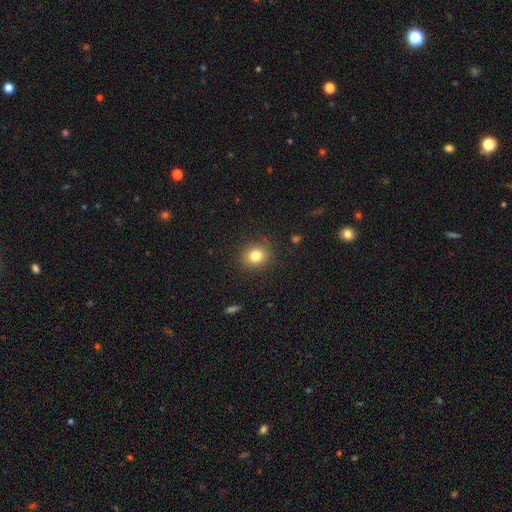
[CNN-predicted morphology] This is clearly a smooth galaxy (80%). How rounded: likely round (72%). Merging: clearly none (87%).